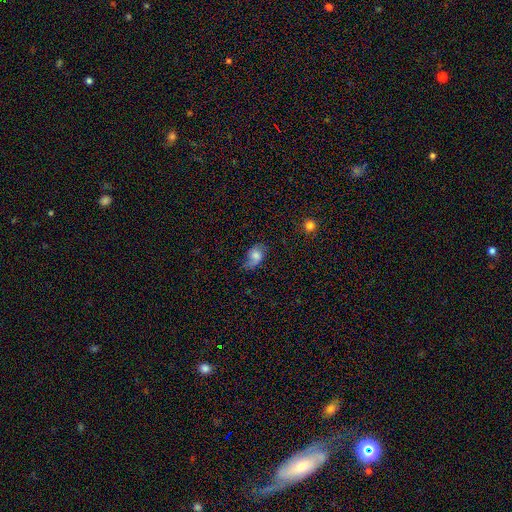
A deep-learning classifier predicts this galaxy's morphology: Q: Smooth or featured?
A: smooth (63%); runner-up: featured or disk (27%)
Q: How rounded?
A: in between (80%); runner-up: round (18%)
Q: Merging?
A: none (51%); runner-up: minor disturbance (33%)